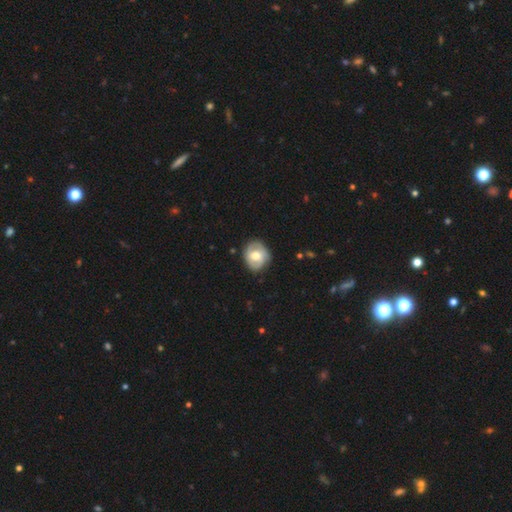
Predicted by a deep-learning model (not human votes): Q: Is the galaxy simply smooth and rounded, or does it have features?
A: featured or disk — 51%.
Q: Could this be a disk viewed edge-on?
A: no — 96%.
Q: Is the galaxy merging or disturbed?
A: none — 78%.